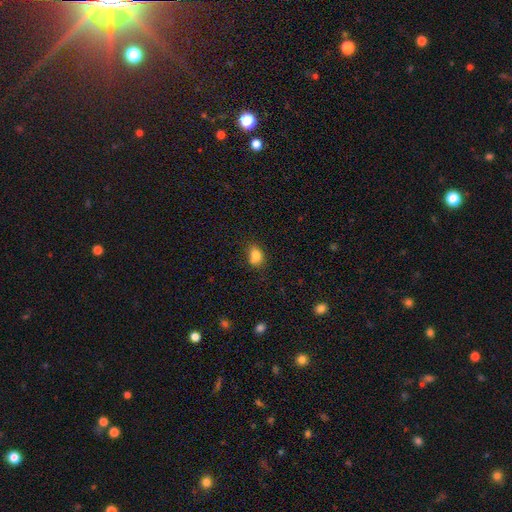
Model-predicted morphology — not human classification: Q: Smooth or featured?
A: smooth (82%); runner-up: star or artifact (11%)
Q: How rounded?
A: in between (65%); runner-up: round (34%)
Q: Merging?
A: none (59%); runner-up: minor disturbance (26%)